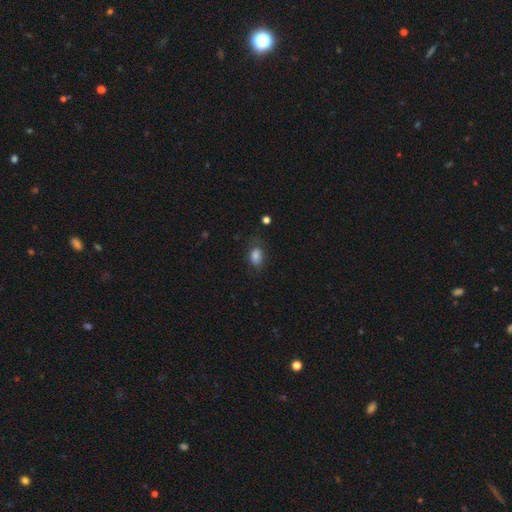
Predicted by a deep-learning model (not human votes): A smooth galaxy with no disk features (83%) that is in between round and cigar-shaped (80%). Merging: none (66%).